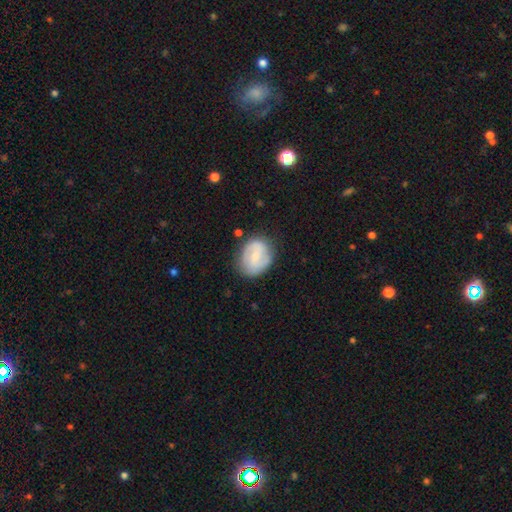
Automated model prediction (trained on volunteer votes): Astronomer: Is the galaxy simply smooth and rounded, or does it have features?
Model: featured or disk — 53% (runner-up: smooth, 40%).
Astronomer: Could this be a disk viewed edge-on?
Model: no — 97%.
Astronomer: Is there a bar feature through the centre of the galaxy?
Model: weak — 47% (runner-up: no, 39%).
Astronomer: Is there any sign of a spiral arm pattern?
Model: yes — 77%.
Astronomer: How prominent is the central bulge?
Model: small — 60%.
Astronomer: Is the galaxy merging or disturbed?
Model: none — 76%.